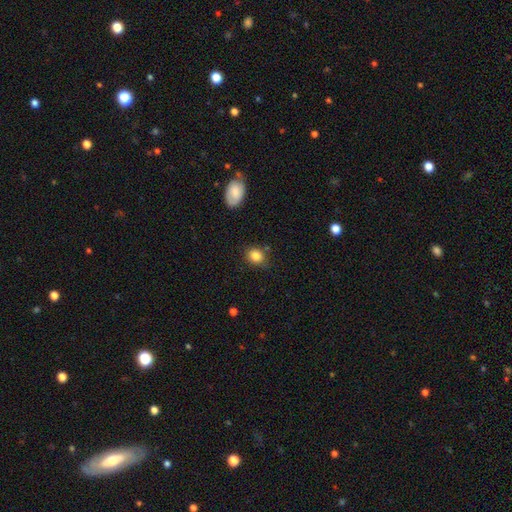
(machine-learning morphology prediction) This appears to be a smooth galaxy with no disk features (84%) that is round (56%). Merging: none (74%).